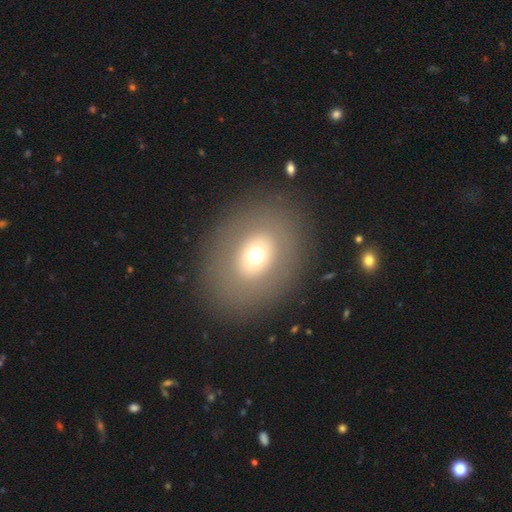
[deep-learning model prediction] A smooth galaxy with no disk features (62%) that is round (54%). Merging: none (86%).